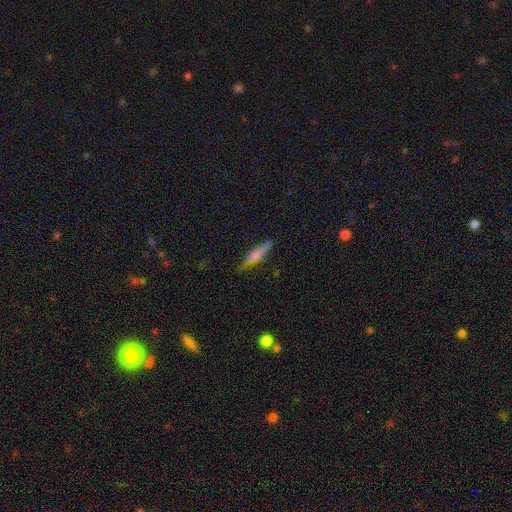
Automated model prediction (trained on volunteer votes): Smooth or featured?
  - smooth: 63% *
  - featured or disk: 30%
  - star or artifact: 7%
How rounded?
  - cigar-shaped: 79% *
  - in between: 19%
  - round: 2%
Merging?
  - none: 72% *
  - minor disturbance: 21%
  - major disturbance: 5%
  - merger: 2%